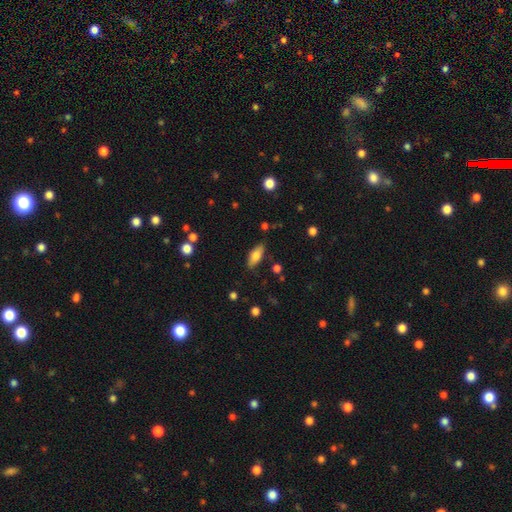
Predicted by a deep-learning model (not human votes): Smooth or featured?
  - smooth: 75% *
  - featured or disk: 17%
  - star or artifact: 7%
How rounded?
  - in between: 80% *
  - cigar-shaped: 17%
  - round: 3%
Merging?
  - none: 83% *
  - minor disturbance: 12%
  - major disturbance: 3%
  - merger: 2%